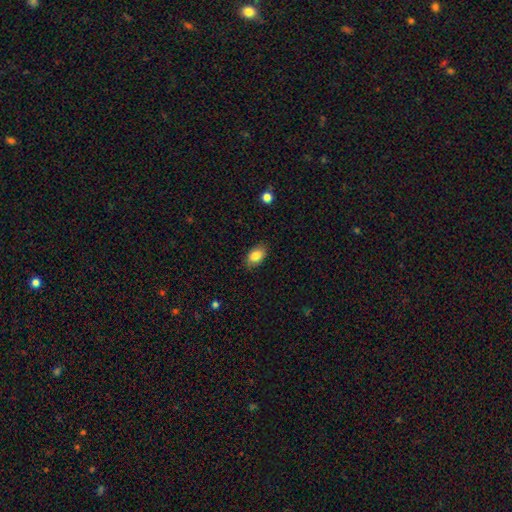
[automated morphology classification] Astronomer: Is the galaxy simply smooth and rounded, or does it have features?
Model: smooth — 84%.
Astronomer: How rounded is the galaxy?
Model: in between — 88%.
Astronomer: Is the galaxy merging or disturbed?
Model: none — 84%.